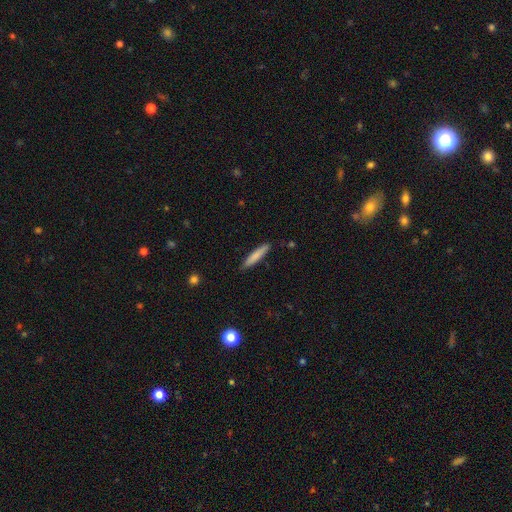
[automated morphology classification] A smooth galaxy with no disk features (79%) that is cigar-shaped (92%). Merging: none (88%).